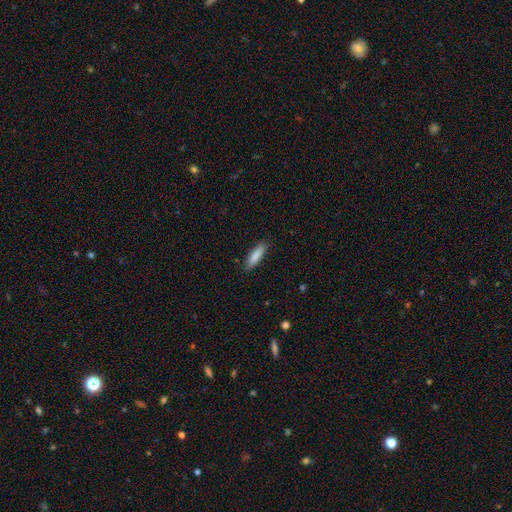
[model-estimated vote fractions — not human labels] Smooth or featured?
  - smooth: 84% *
  - featured or disk: 10%
  - star or artifact: 6%
How rounded?
  - cigar-shaped: 67% *
  - in between: 31%
  - round: 1%
Merging?
  - none: 88% *
  - minor disturbance: 9%
  - major disturbance: 2%
  - merger: 1%